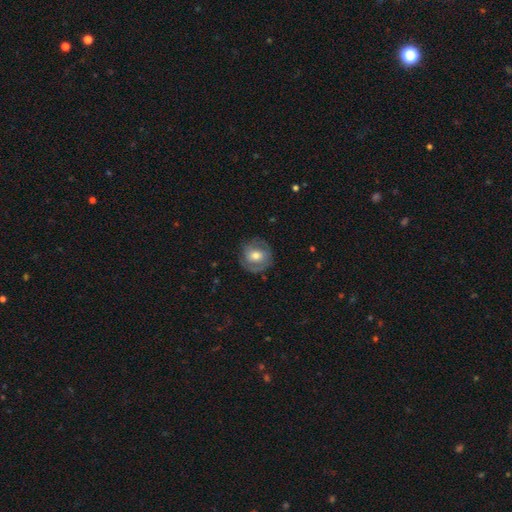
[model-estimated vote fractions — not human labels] Smooth or featured? featured or disk (50%)
Merging? none (77%)